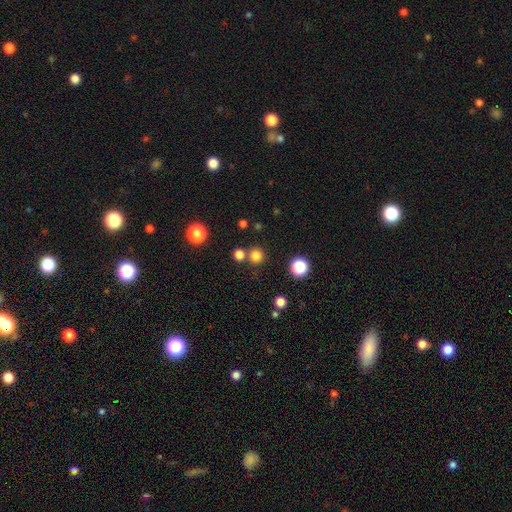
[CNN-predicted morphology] type=smooth (79%); roundness=round (94%); merging=none (75%).